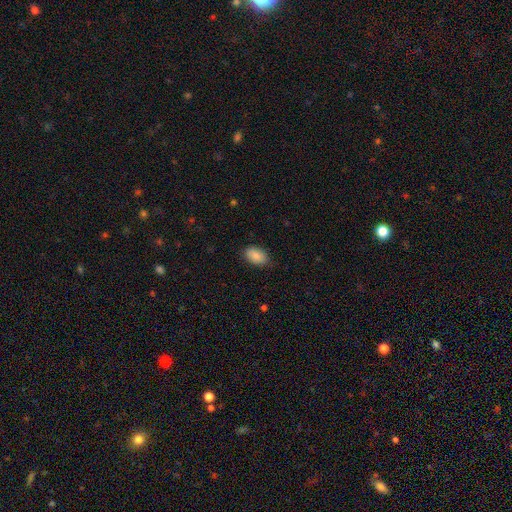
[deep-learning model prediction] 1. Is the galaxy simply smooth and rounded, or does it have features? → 87% smooth, 7% star or artifact, 6% featured or disk.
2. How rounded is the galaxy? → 92% in between, 7% round, 1% cigar-shaped.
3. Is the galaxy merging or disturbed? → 82% none, 14% minor disturbance, 3% major disturbance, 1% merger.